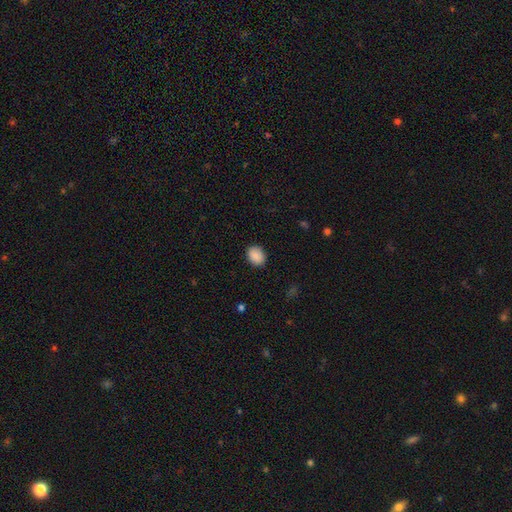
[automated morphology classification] Smooth or featured? smooth (89%)
How rounded? in between (53%)
Merging? none (88%)